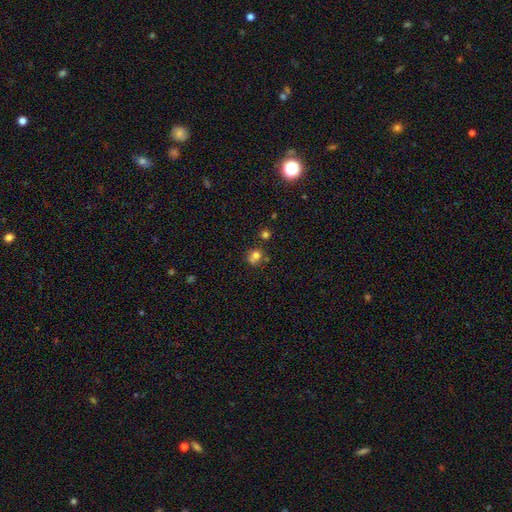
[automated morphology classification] A smooth galaxy with no disk features (70%) that is round (80%).

Vote fractions:
- Smooth or featured? smooth: 70% / star or artifact: 16% / featured or disk: 14%
- How rounded? round: 80% / in between: 19% / cigar-shaped: 1%
- Merging? none: 52% / merger: 29% / minor disturbance: 13% / major disturbance: 5%